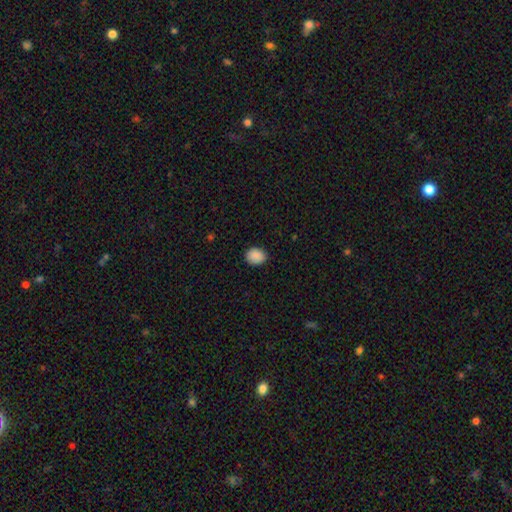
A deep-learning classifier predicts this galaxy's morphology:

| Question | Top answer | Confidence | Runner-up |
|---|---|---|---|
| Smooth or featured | smooth | 89% | star or artifact (8%) |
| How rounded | round | 54% | in between (45%) |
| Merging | none | 88% | minor disturbance (9%) |